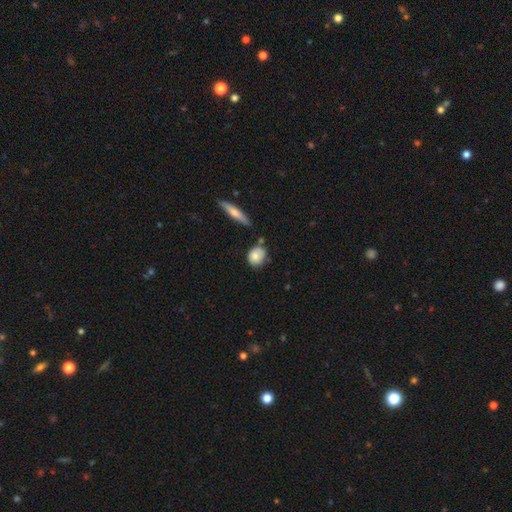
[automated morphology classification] Smooth or featured?
  - smooth: 77% *
  - featured or disk: 15%
  - star or artifact: 7%
How rounded?
  - round: 54% *
  - in between: 42%
  - cigar-shaped: 4%
Merging?
  - none: 62% *
  - minor disturbance: 25%
  - merger: 9%
  - major disturbance: 5%